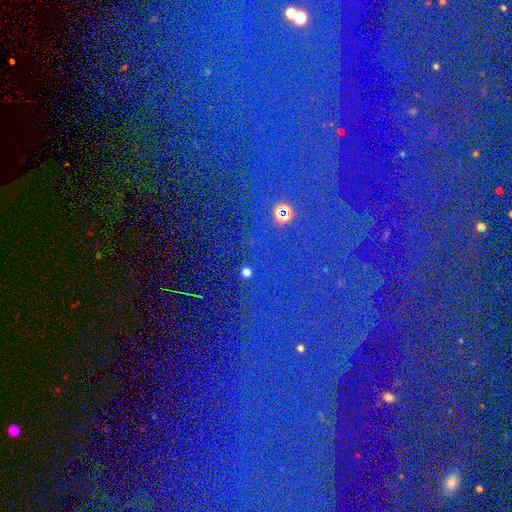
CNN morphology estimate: smooth-or-featured: star or artifact: 81% | featured or disk: 10% | smooth: 9%